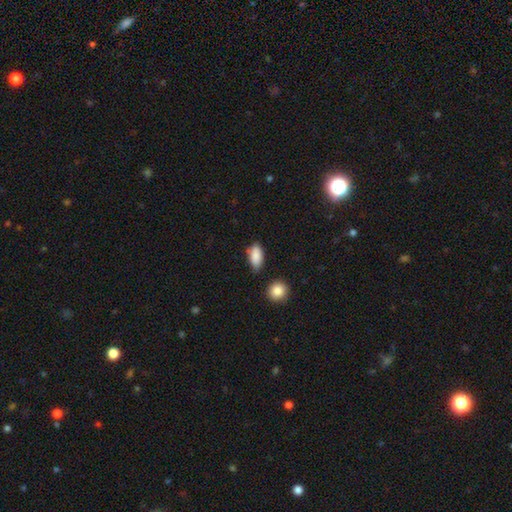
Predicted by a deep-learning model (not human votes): smooth-or-featured: smooth: 87% | star or artifact: 7% | featured or disk: 6%
  how-rounded: in between: 90% | cigar-shaped: 5% | round: 5%
  merging: none: 70% | minor disturbance: 22% | merger: 4% | major disturbance: 4%